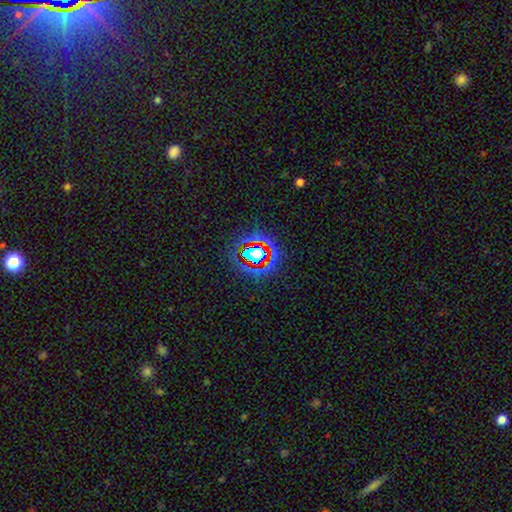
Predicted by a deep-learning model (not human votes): star or artifact 67%, smooth 21%, featured or disk 12%.